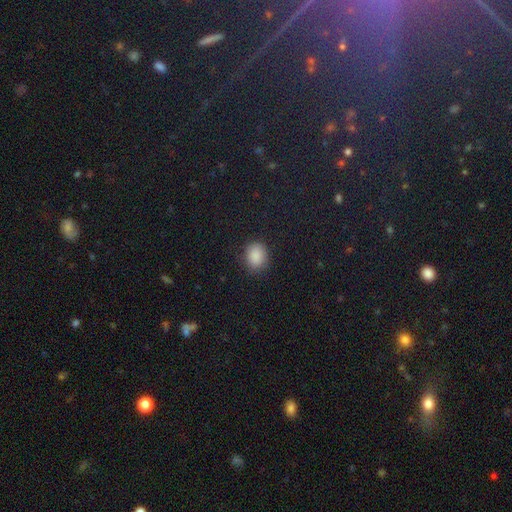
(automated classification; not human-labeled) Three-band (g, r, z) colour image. It shows a smooth galaxy with no disk features (87%) that is round (59%). Merging: none (84%).